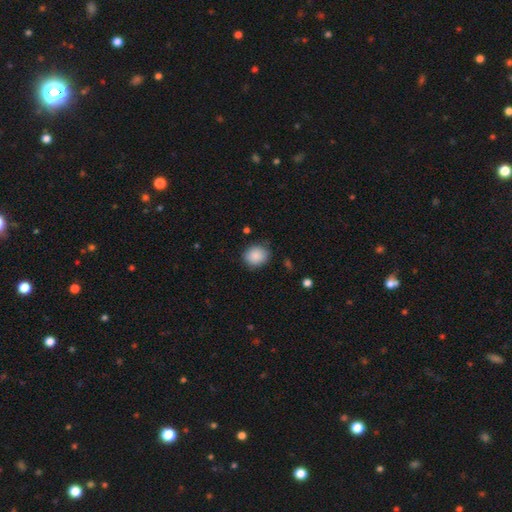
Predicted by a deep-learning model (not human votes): smooth_or_featured: smooth (p=0.88) [alt: star or artifact p=0.08]
how_rounded: round (p=0.74) [alt: in between p=0.26]
merging: none (p=0.82) [alt: minor disturbance p=0.13]